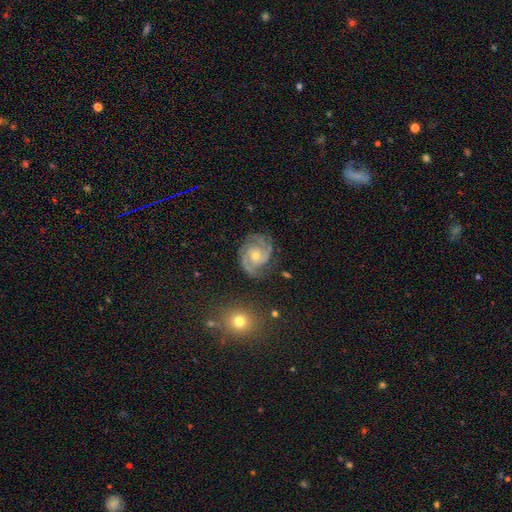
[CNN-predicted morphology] Overall: featured or disk (85%). Edge-on disk: no (98%). Bar: no (68%). Spiral arms: yes (97%). Spiral arm count: 2 (52%; 3 28%). Spiral winding: tight (55%; medium 38%). Bulge size: moderate (49%; small 47%). Merging: none (77%).